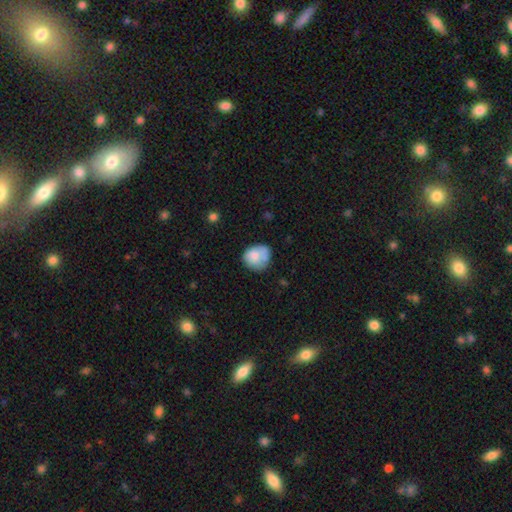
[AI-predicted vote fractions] smooth 75%, featured or disk 17%, star or artifact 8%. Down the decision tree: how rounded — round (74%); merging — none (57%).